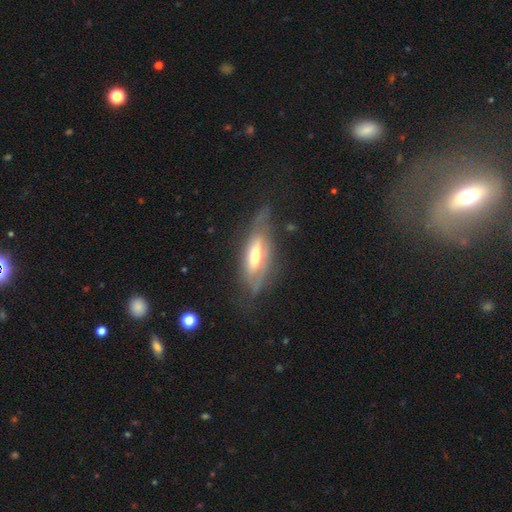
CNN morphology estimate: Smooth or featured? featured or disk (61%)
Edge-on disk? no (54%)
Merging? none (51%)